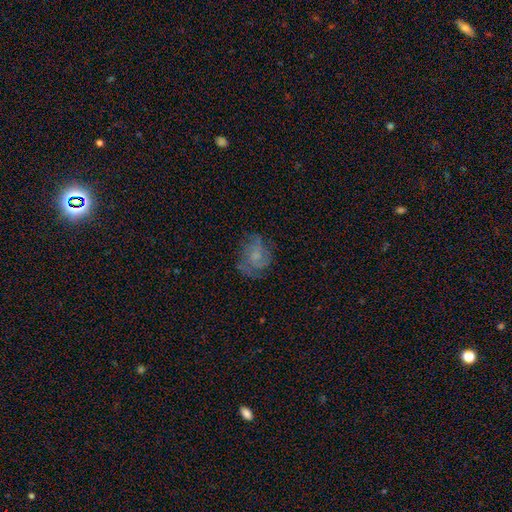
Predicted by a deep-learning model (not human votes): featured or disk 59%, smooth 30%, star or artifact 11%. Down the decision tree: edge-on disk — no (97%); bar — no (70%); spiral arms — yes (82%); bulge size — small (46%); merging — none (62%).